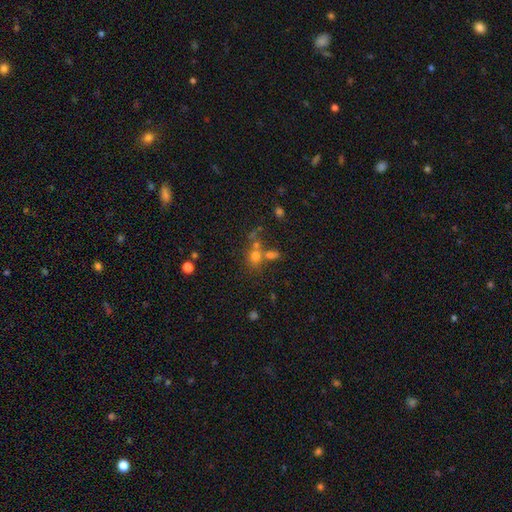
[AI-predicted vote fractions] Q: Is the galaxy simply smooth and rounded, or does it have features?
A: smooth — 62%.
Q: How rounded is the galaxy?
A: round — 66%.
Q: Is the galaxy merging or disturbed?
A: none — 44%.